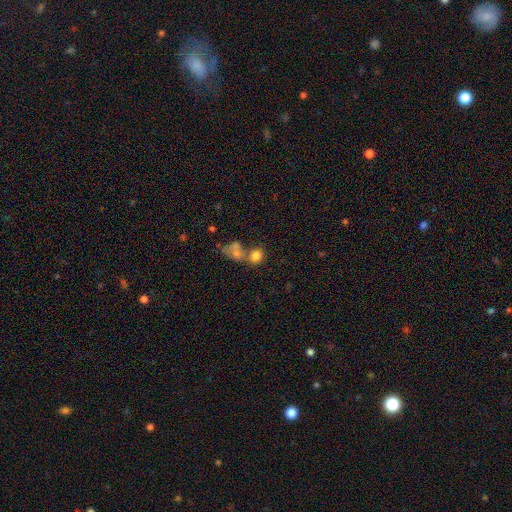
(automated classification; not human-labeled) Smooth or featured? Predicted: smooth (p=0.77). How rounded? Predicted: round (p=0.59). Merging? Predicted: merger (p=0.45).